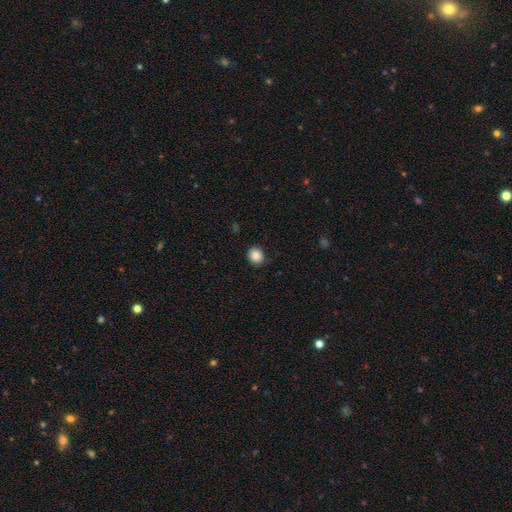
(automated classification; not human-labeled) A smooth galaxy with no disk features (85%) that is round (78%).

Vote fractions:
- Smooth or featured? smooth: 85% / star or artifact: 9% / featured or disk: 6%
- How rounded? round: 78% / in between: 21% / cigar-shaped: 1%
- Merging? none: 90% / minor disturbance: 8% / major disturbance: 2% / merger: 1%